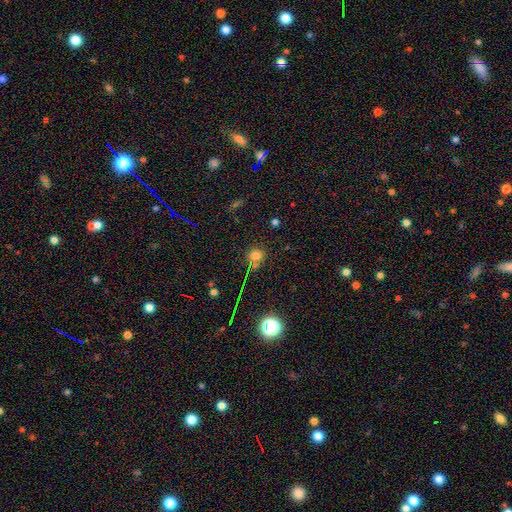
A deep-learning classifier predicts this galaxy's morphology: Q: Smooth or featured?
A: smooth (70%); runner-up: star or artifact (23%)
Q: How rounded?
A: round (89%); runner-up: in between (10%)
Q: Merging?
A: none (73%); runner-up: merger (12%)